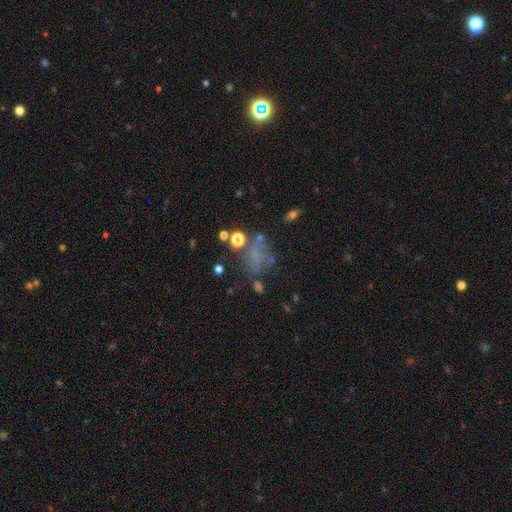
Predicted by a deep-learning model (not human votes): Morphology: type=smooth (47%); merging=none (45%).